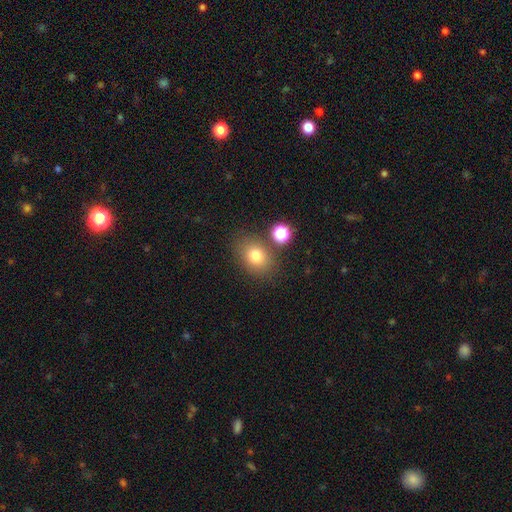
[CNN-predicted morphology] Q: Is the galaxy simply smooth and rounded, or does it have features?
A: smooth — 77%.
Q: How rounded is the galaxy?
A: in between — 58%.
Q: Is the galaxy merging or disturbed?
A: none — 76%.